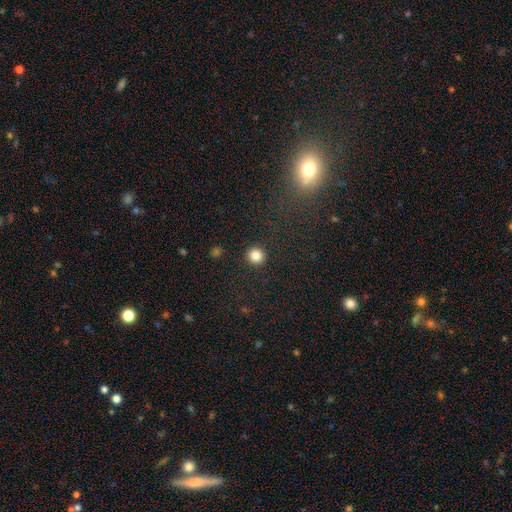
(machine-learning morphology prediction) smooth_or_featured: smooth (p=0.84) [alt: star or artifact p=0.11]
how_rounded: round (p=0.94) [alt: in between p=0.05]
merging: none (p=0.92) [alt: minor disturbance p=0.05]